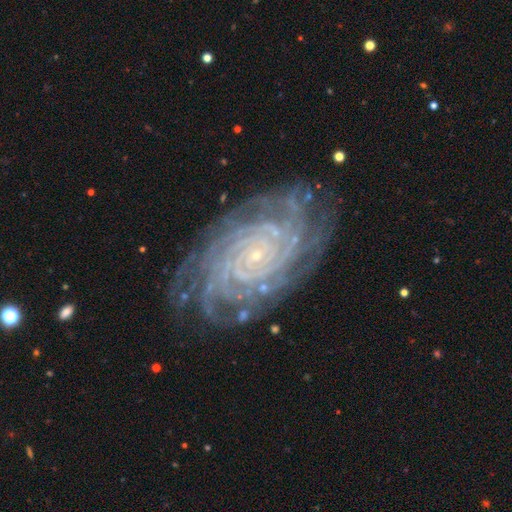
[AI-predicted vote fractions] This appears to be a featured or disk galaxy (90%) with no bar (77%), more than 4 (38%) tight (86%) spiral arms (98%) and a small central bulge (90%). Merging: none (81%).